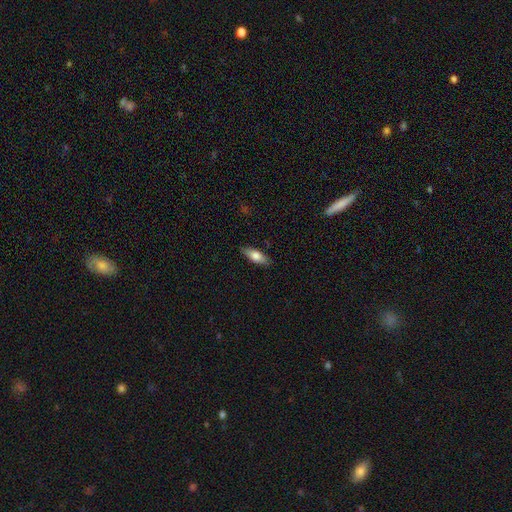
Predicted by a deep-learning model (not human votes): smooth_or_featured: smooth (p=0.72) [alt: featured or disk p=0.22]
how_rounded: in between (p=0.69) [alt: cigar-shaped p=0.28]
merging: none (p=0.86) [alt: minor disturbance p=0.11]